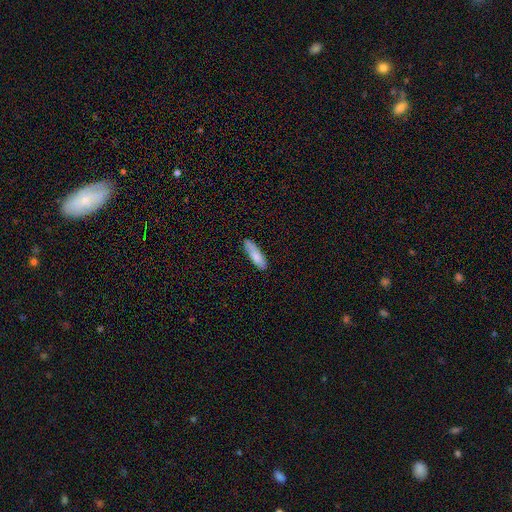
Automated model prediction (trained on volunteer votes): A smooth galaxy with no disk features (81%) that is cigar-shaped (60%).

Vote fractions:
- Smooth or featured? smooth: 81% / featured or disk: 13% / star or artifact: 6%
- How rounded? cigar-shaped: 60% / in between: 38% / round: 2%
- Merging? none: 76% / minor disturbance: 19% / major disturbance: 3% / merger: 2%